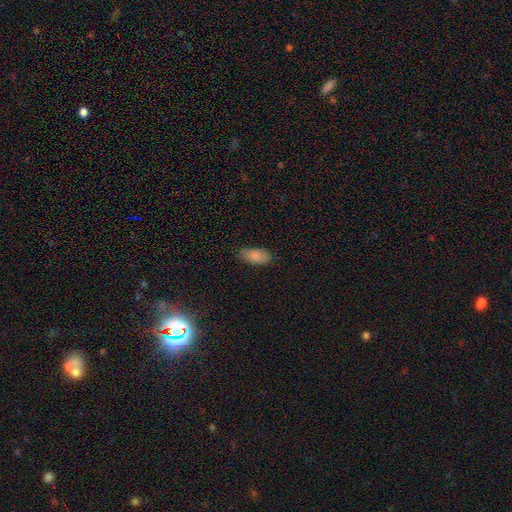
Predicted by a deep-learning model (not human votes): Smooth or featured? smooth (87%)
How rounded? in between (92%)
Merging? none (80%)